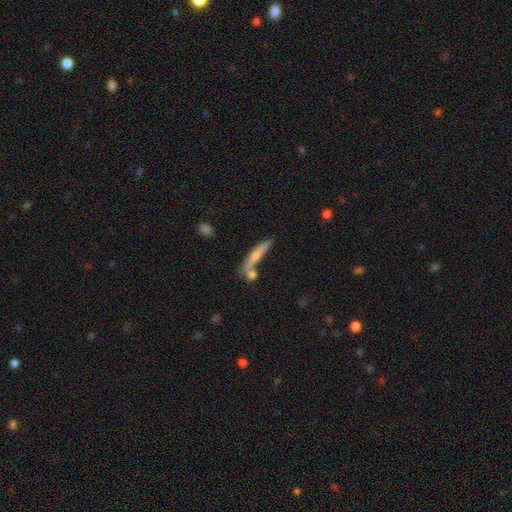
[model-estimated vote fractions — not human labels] Smooth or featured: smooth — 55% (featured or disk — 38%)
How rounded: cigar-shaped — 89% (in between — 9%)
Merging: none — 58% (merger — 21%)